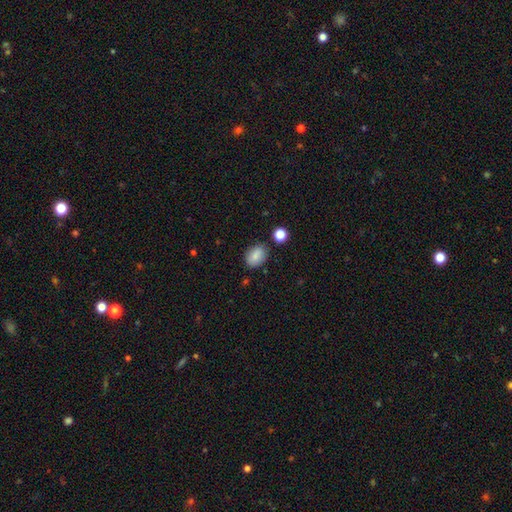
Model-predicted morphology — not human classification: This is clearly a smooth galaxy (83%). How rounded: likely in between (74%). Merging: clearly none (80%).